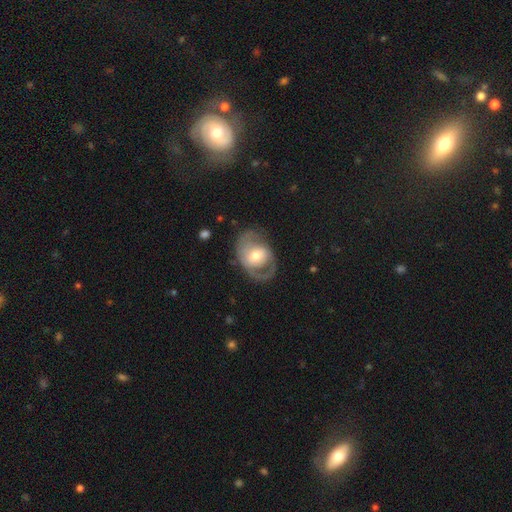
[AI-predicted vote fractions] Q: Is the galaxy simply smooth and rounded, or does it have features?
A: featured or disk — 70%.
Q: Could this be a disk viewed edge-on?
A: no — 96%.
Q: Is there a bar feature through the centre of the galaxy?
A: no — 51%.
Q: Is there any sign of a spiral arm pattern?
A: yes — 73%.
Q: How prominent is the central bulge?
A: moderate — 66%.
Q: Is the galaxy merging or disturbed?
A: none — 64%.